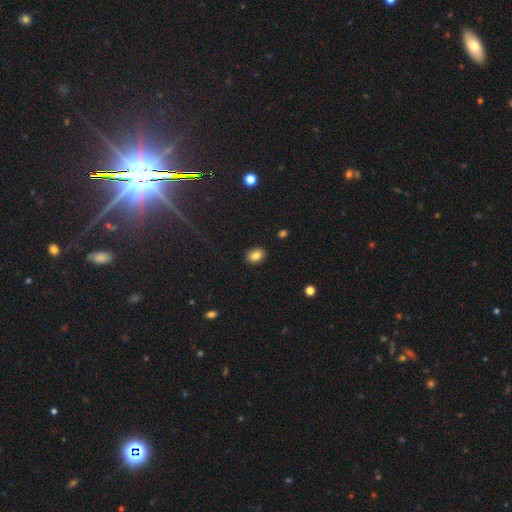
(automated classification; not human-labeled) smooth-or-featured: smooth: 83% | star or artifact: 10% | featured or disk: 7%
  how-rounded: in between: 66% | round: 32% | cigar-shaped: 1%
  merging: none: 88% | minor disturbance: 8% | major disturbance: 2% | merger: 1%